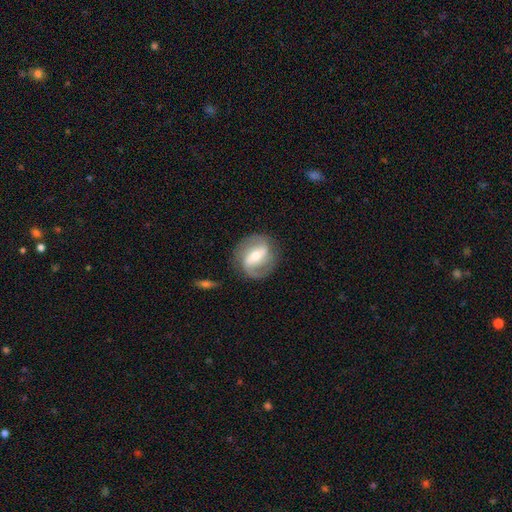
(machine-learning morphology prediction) featured or disk 82%, smooth 13%, star or artifact 5%. Down the decision tree: edge-on disk — no (96%); bar — strong (47%); spiral arms — yes (92%); spiral arm count — 2 (86%); spiral winding — medium (47%); bulge size — moderate (59%); merging — none (80%).